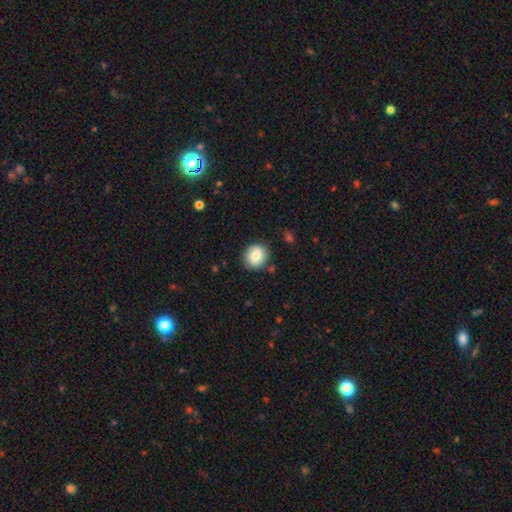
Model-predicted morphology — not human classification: smooth-or-featured: smooth: 80% | featured or disk: 12% | star or artifact: 8%
  how-rounded: round: 81% | in between: 18% | cigar-shaped: 1%
  merging: none: 84% | minor disturbance: 11% | major disturbance: 3% | merger: 2%